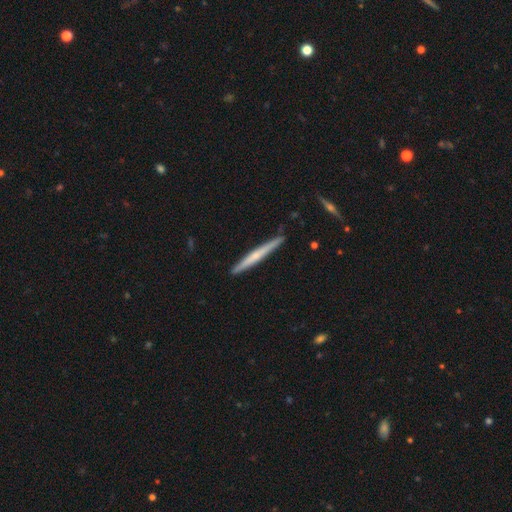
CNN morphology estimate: Q: Smooth or featured?
A: featured or disk (53%); runner-up: smooth (42%)
Q: Edge-on disk?
A: yes (97%); runner-up: no (3%)
Q: Edge-on bulge?
A: none (48%); runner-up: rounded (46%)
Q: Merging?
A: none (90%); runner-up: minor disturbance (7%)